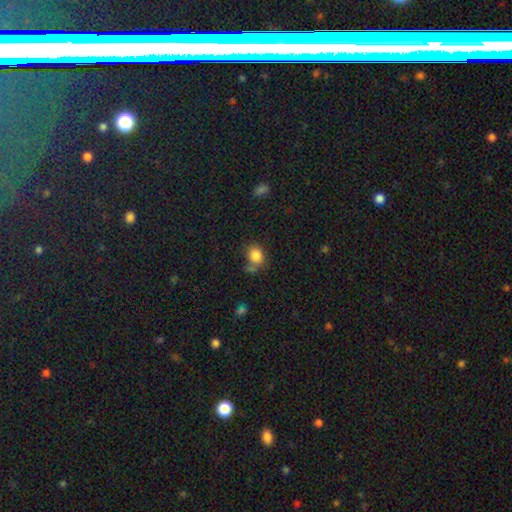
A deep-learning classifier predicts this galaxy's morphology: smooth_or_featured: smooth (p=0.83) [alt: star or artifact p=0.10]
how_rounded: round (p=0.56) [alt: in between p=0.43]
merging: none (p=0.53) [alt: minor disturbance p=0.20]